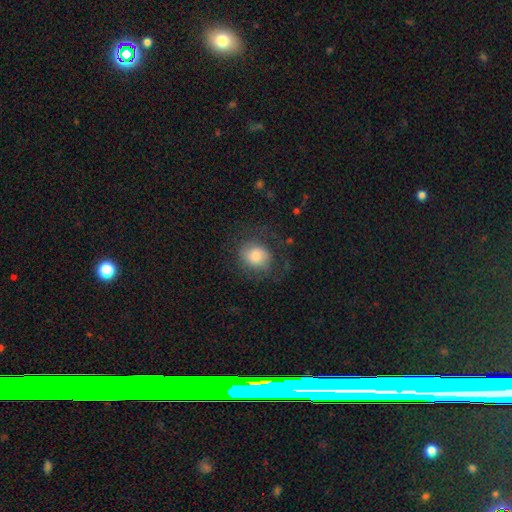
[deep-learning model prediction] smooth-or-featured: smooth: 73% | featured or disk: 18% | star or artifact: 9%
  how-rounded: round: 68% | in between: 31% | cigar-shaped: 1%
  merging: none: 66% | minor disturbance: 18% | major disturbance: 15% | merger: 1%